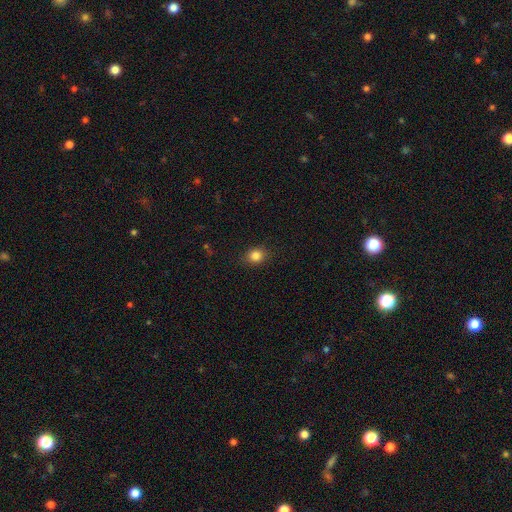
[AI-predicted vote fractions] Smooth or featured: smooth — 84% (star or artifact — 11%)
How rounded: round — 64% (in between — 34%)
Merging: none — 86% (minor disturbance — 10%)